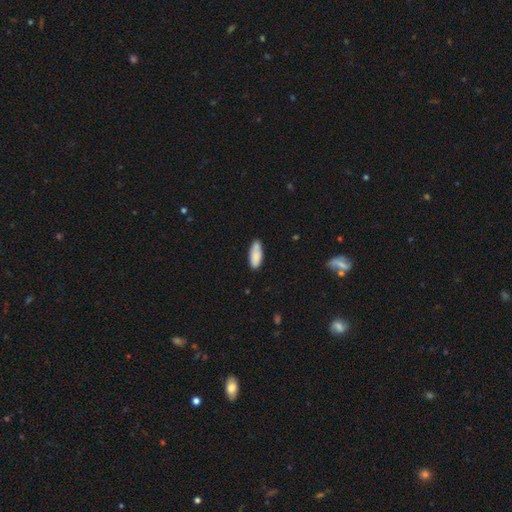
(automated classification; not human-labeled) A smooth galaxy with no disk features (84%) that is in between round and cigar-shaped (75%).

Vote fractions:
- Smooth or featured? smooth: 84% / featured or disk: 9% / star or artifact: 6%
- How rounded? in between: 75% / cigar-shaped: 23% / round: 2%
- Merging? none: 72% / minor disturbance: 20% / merger: 5% / major disturbance: 3%